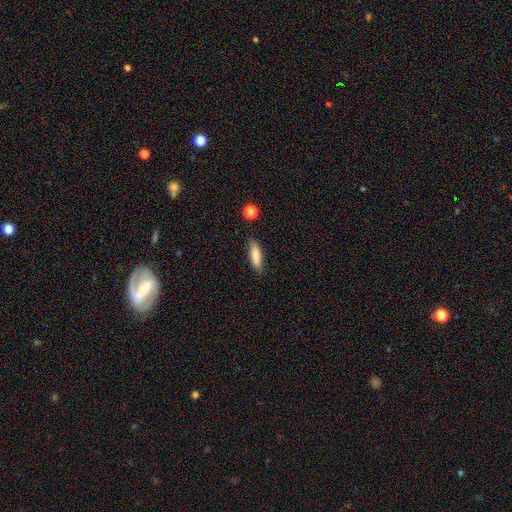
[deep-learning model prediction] This appears to be a smooth galaxy with no disk features (79%) that is cigar-shaped (56%). Merging: none (84%).